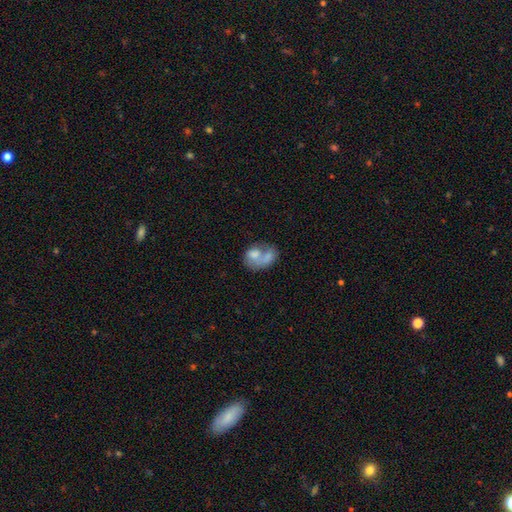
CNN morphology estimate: This is possibly a smooth galaxy (60%). How rounded: likely in between (68%). Merging: possibly merger (57%).